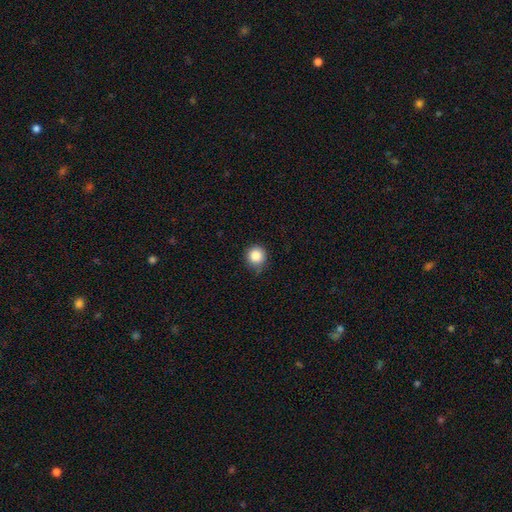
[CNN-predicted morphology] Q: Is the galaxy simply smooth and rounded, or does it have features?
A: smooth — 86%.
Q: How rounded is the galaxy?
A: round — 95%.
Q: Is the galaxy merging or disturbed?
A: none — 78%.